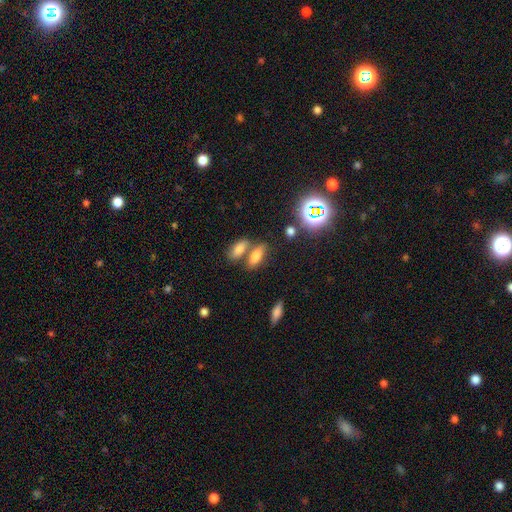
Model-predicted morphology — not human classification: This is likely a smooth galaxy (76%). How rounded: likely in between (75%). Merging: possibly none (49%).